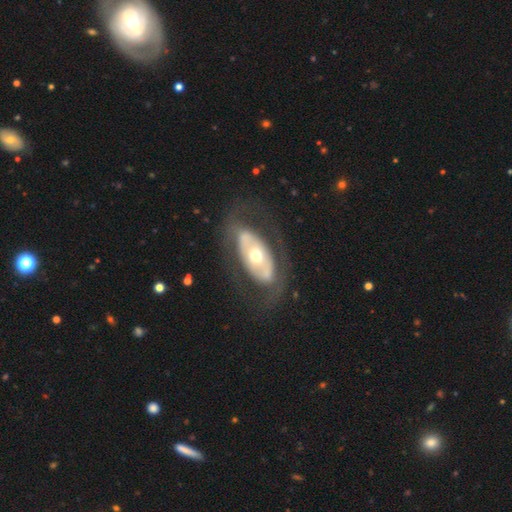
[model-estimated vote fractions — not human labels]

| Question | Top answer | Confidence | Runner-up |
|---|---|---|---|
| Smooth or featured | featured or disk | 67% | smooth (27%) |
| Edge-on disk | no | 89% | yes (11%) |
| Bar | no | 76% | weak (13%) |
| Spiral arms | no | 72% | yes (28%) |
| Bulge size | moderate | 67% | small (17%) |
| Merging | none | 74% | minor disturbance (13%) |